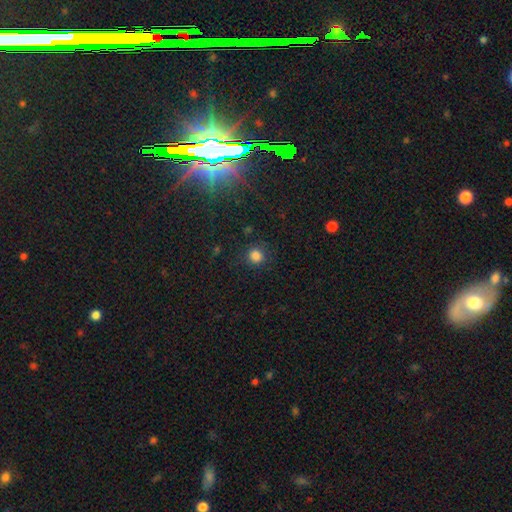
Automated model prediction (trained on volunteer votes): Smooth or featured: smooth — 82% (star or artifact — 14%)
How rounded: round — 91% (in between — 8%)
Merging: none — 85% (minor disturbance — 9%)